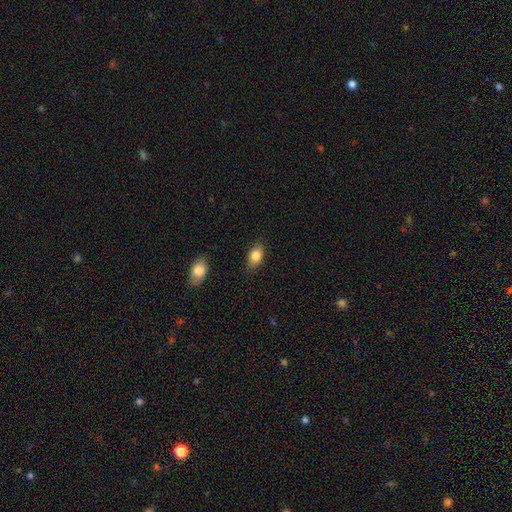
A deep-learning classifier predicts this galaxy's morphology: type=smooth (84%); roundness=in between (88%); merging=none (85%).